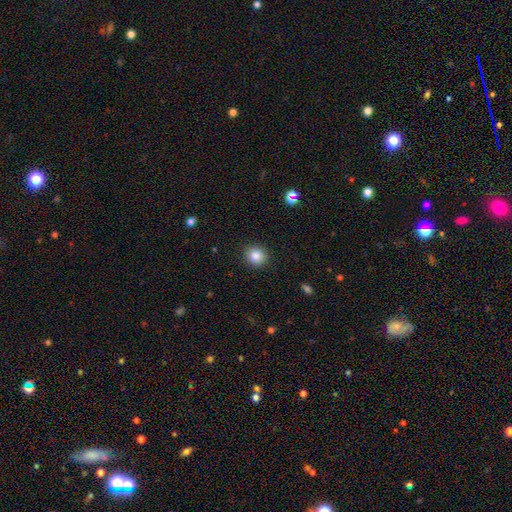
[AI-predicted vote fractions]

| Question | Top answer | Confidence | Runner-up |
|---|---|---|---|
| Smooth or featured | smooth | 85% | star or artifact (10%) |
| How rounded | round | 83% | in between (16%) |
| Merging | none | 91% | minor disturbance (6%) |